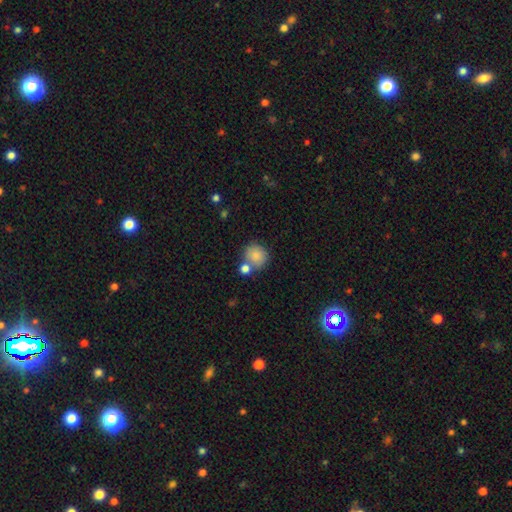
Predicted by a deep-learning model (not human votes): Overall: smooth (83%). How rounded: round (88%). Merging: none (61%; merger 24%).